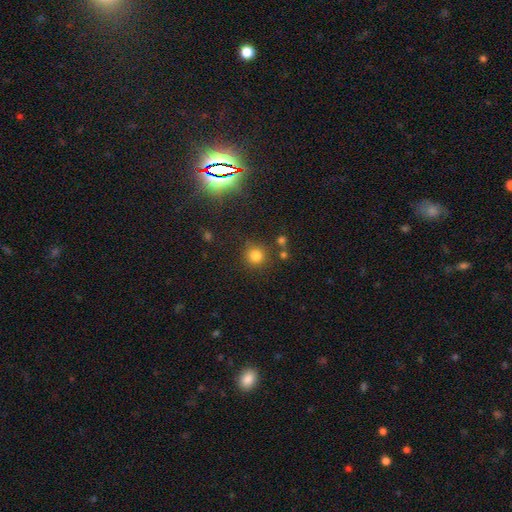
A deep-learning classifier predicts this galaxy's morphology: smooth_or_featured: smooth (p=0.79) [alt: star or artifact p=0.15]
how_rounded: round (p=0.93) [alt: in between p=0.06]
merging: none (p=0.80) [alt: minor disturbance p=0.10]